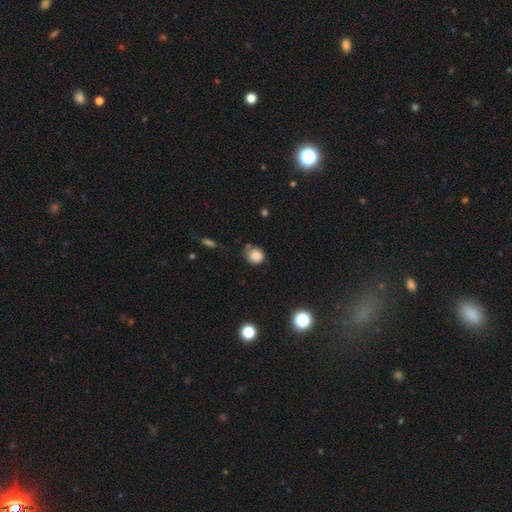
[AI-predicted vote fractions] smooth_or_featured: smooth (p=0.83) [alt: star or artifact p=0.12]
how_rounded: round (p=0.83) [alt: in between p=0.16]
merging: none (p=0.63) [alt: minor disturbance p=0.24]